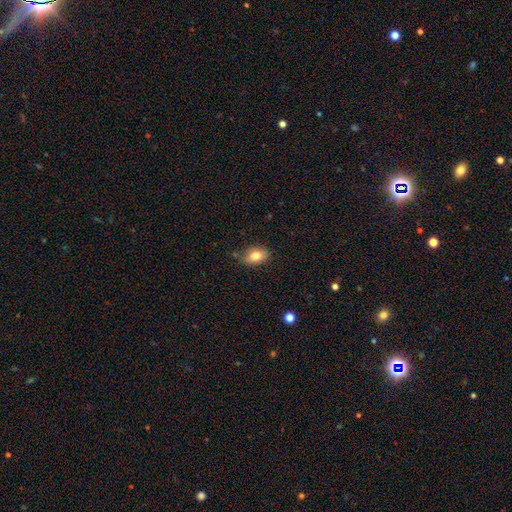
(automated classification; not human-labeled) This is likely a smooth galaxy (79%). How rounded: clearly in between (83%). Merging: likely none (77%).